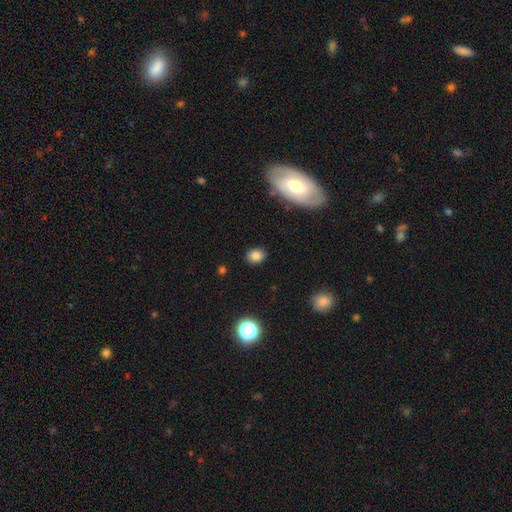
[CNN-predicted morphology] The model was most divided on "how rounded": in between: 56%, round: 43%, cigar-shaped: 1%. More confident: merging — none (86%); smooth or featured — smooth (82%).